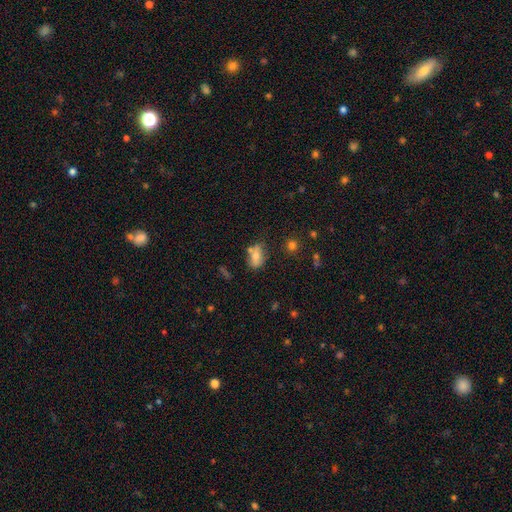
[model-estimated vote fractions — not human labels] Overall: smooth (62%; featured or disk 26%). How rounded: in between (78%). Merging: none (53%; minor disturbance 20%).